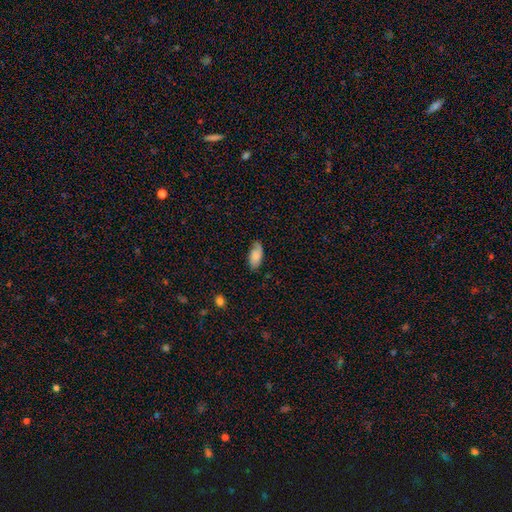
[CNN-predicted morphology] Overall: smooth (76%). How rounded: in between (92%). Merging: none (74%).